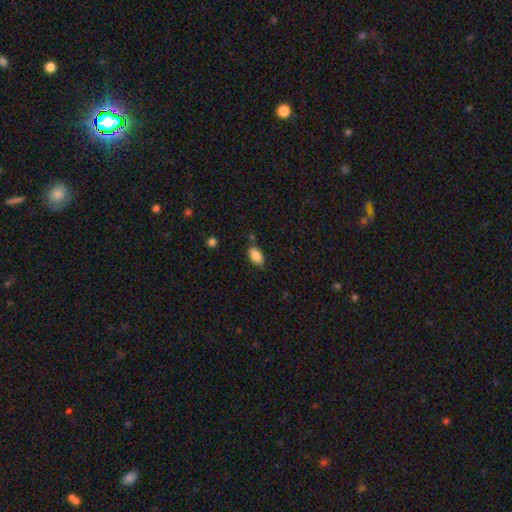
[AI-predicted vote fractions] A smooth galaxy with no disk features (85%) that is in between round and cigar-shaped (92%).

Vote fractions:
- Smooth or featured? smooth: 85% / star or artifact: 8% / featured or disk: 7%
- How rounded? in between: 92% / round: 5% / cigar-shaped: 3%
- Merging? none: 75% / minor disturbance: 16% / merger: 5% / major disturbance: 3%